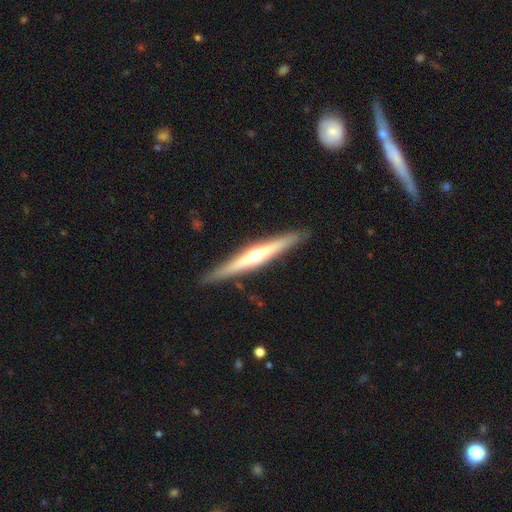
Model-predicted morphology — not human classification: type=featured or disk (71%); edge-on=yes (97%); edge-on bulge=rounded (86%); merging=none (90%).